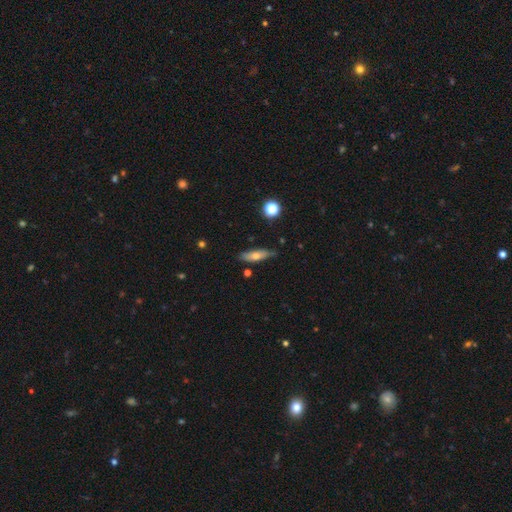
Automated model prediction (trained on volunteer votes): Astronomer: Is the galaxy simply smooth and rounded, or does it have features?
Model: smooth — 58% (runner-up: featured or disk, 35%).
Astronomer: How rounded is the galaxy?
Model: cigar-shaped — 60% (runner-up: in between, 37%).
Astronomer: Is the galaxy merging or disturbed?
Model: none — 78%.